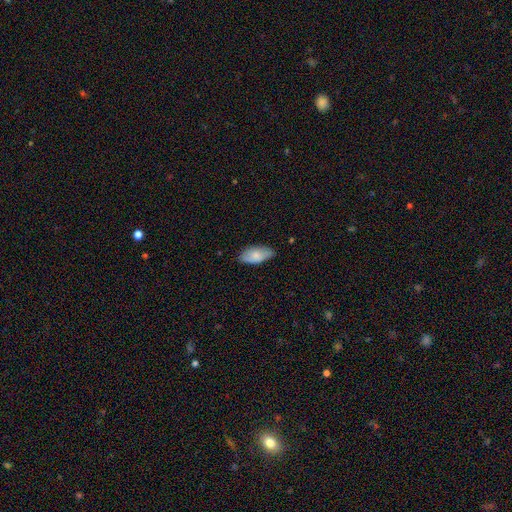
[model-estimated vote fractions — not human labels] Smooth or featured? Predicted: smooth (p=0.76). How rounded? Predicted: in between (p=0.91). Merging? Predicted: none (p=0.76).